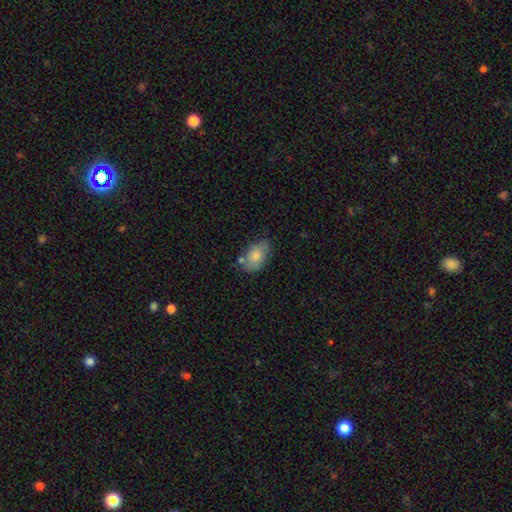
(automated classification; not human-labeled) smooth-or-featured: smooth: 79% | featured or disk: 14% | star or artifact: 7%
  how-rounded: in between: 89% | round: 10% | cigar-shaped: 2%
  merging: none: 64% | minor disturbance: 22% | merger: 10% | major disturbance: 5%